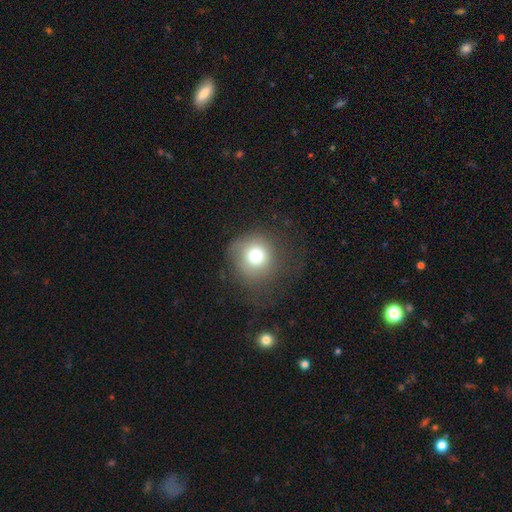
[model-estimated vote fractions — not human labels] A smooth galaxy with no disk features (73%) that is round (91%).

Vote fractions:
- Smooth or featured? smooth: 73% / star or artifact: 14% / featured or disk: 13%
- How rounded? round: 91% / in between: 8% / cigar-shaped: 1%
- Merging? none: 69% / minor disturbance: 16% / major disturbance: 13% / merger: 1%